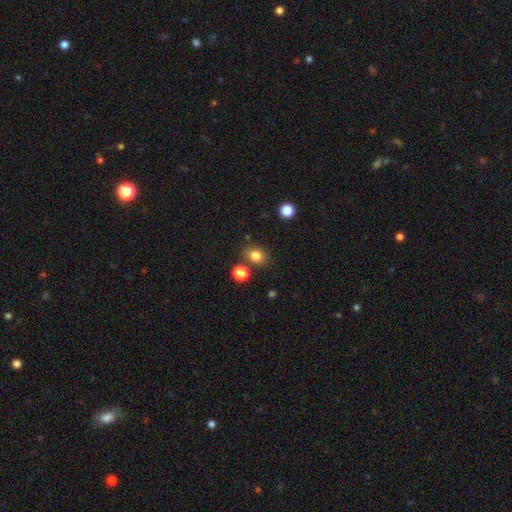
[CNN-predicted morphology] A smooth galaxy with no disk features (81%) that is in between round and cigar-shaped (53%). Merging: none (74%).